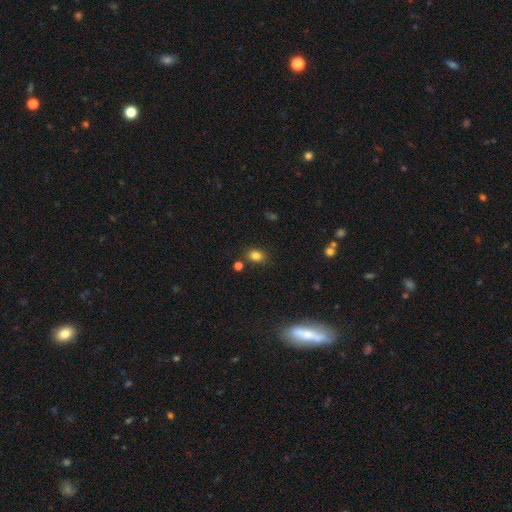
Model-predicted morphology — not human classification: smooth 81%, star or artifact 13%, featured or disk 7%. Down the decision tree: how rounded — in between (61%); merging — none (78%).